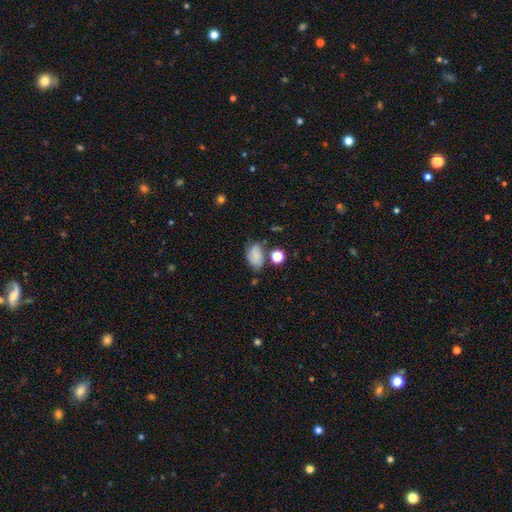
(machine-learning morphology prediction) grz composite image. It shows a smooth galaxy with no disk features (76%) that is in between round and cigar-shaped (83%). Merging: none (57%).